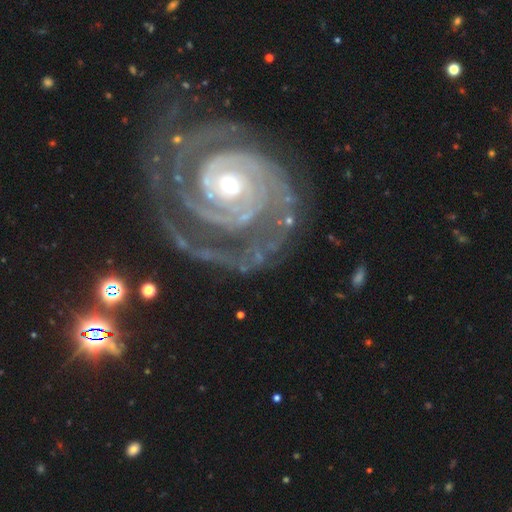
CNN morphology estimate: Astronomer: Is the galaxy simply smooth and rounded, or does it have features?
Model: featured or disk — 92%.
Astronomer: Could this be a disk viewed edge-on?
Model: no — 98%.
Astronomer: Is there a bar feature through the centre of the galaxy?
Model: no — 68%.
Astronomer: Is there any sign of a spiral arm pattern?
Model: yes — 98%.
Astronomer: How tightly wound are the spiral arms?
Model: tight — 78%.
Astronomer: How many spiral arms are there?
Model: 2 — 37% (runner-up: 3, 21%).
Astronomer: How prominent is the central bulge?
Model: small — 62%.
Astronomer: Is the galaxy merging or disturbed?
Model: none — 62%.